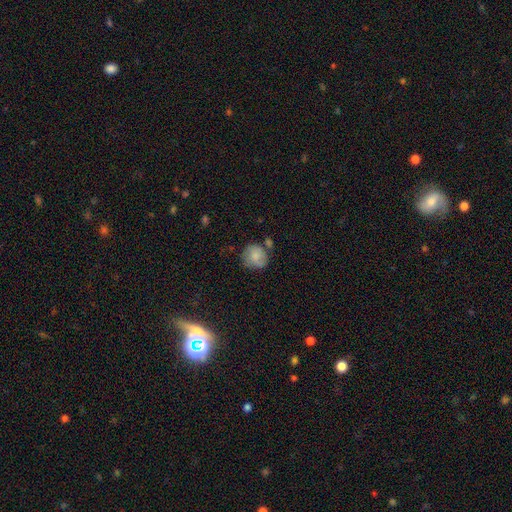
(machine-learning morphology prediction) smooth 76%, featured or disk 16%, star or artifact 8%. Down the decision tree: how rounded — round (83%); merging — none (59%).